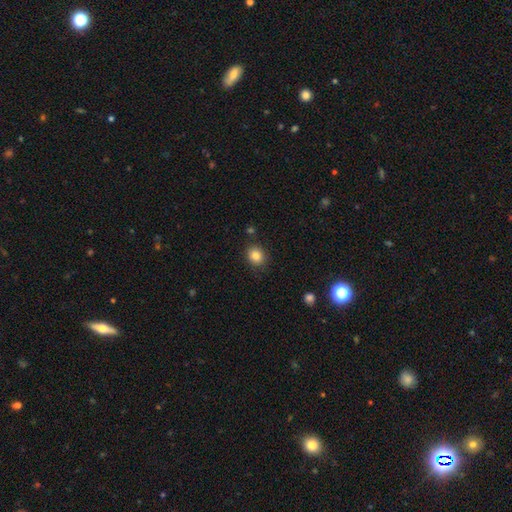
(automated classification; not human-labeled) This is clearly a smooth galaxy (84%). How rounded: likely round (70%). Merging: clearly none (85%).